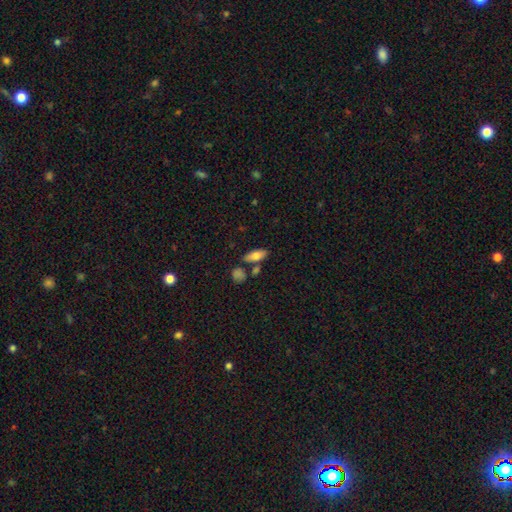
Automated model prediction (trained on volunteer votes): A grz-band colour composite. It shows a smooth galaxy with no disk features (73%) that is in between round and cigar-shaped (79%). Merging: none (71%).